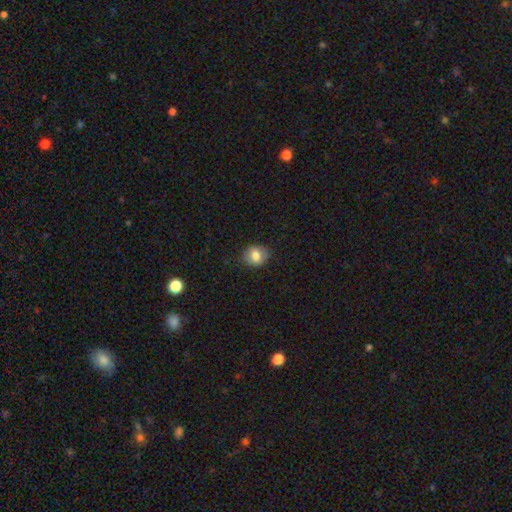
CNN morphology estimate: Overall: smooth (77%). How rounded: round (66%; in between 33%). Merging: none (83%).